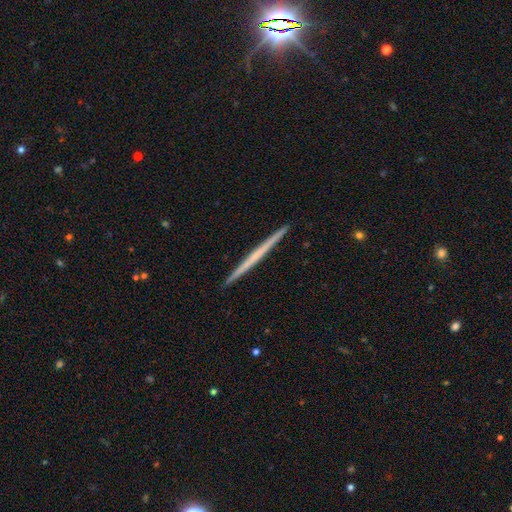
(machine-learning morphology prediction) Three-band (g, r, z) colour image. It shows a featured or disk galaxy (56%) viewed edge-on (98%) with no central bulge (91%). Merging: none (93%).